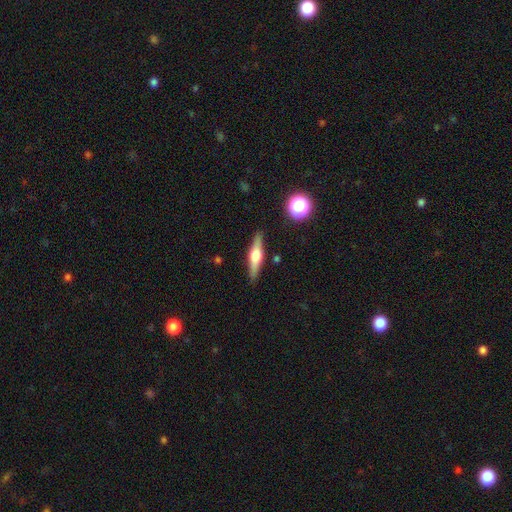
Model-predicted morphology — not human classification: Smooth or featured?
  - featured or disk: 61% *
  - smooth: 32%
  - star or artifact: 7%
Edge-on disk?
  - yes: 95% *
  - no: 5%
Edge-on bulge?
  - rounded: 91% *
  - boxy: 7%
  - none: 2%
Merging?
  - none: 88% *
  - minor disturbance: 9%
  - major disturbance: 2%
  - merger: 2%